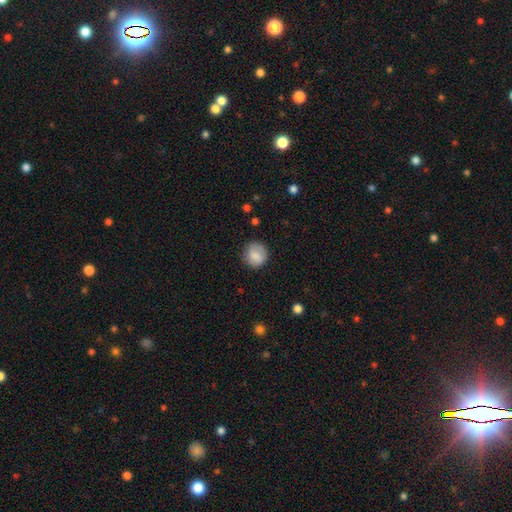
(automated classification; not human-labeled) Morphology: type=smooth (80%); roundness=round (85%); merging=none (79%).